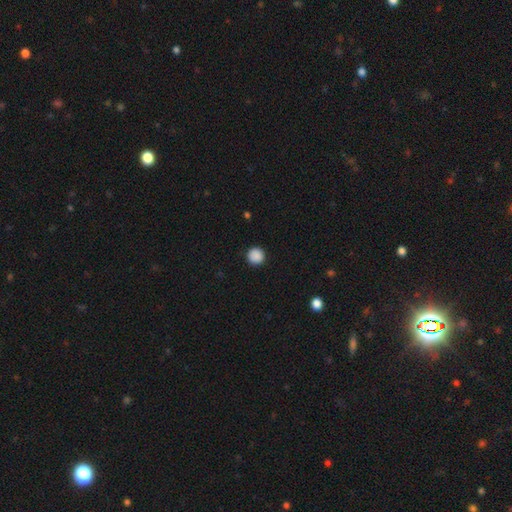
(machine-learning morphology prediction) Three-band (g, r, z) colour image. It shows a smooth galaxy with no disk features (89%) that is round (95%). Merging: none (92%).